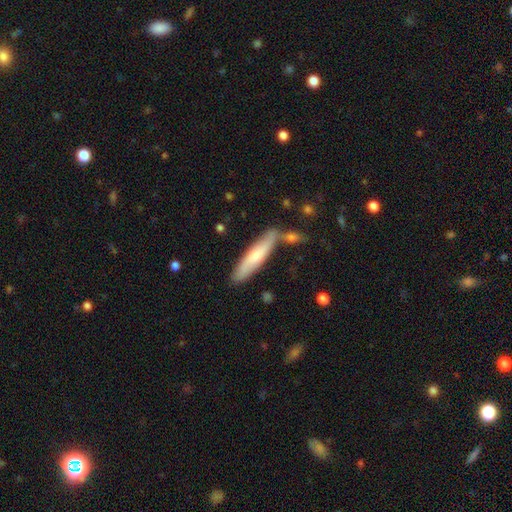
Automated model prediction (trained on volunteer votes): smooth-or-featured: smooth: 63% | featured or disk: 31% | star or artifact: 5%
  how-rounded: cigar-shaped: 81% | in between: 17% | round: 1%
  merging: none: 73% | minor disturbance: 14% | merger: 10% | major disturbance: 3%